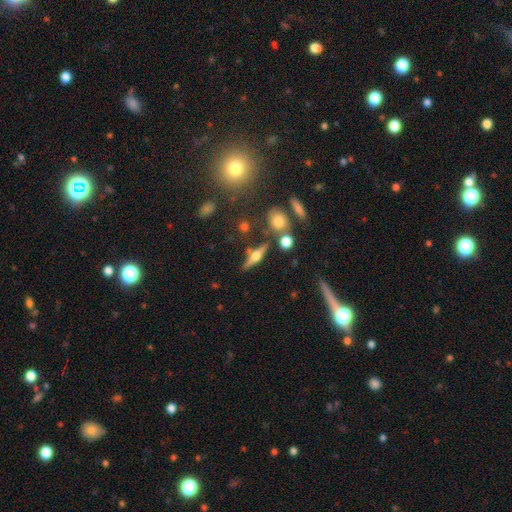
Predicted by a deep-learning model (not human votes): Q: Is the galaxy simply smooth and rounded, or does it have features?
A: featured or disk — 66%.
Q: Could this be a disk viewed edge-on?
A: yes — 95%.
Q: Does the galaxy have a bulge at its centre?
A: rounded — 93%.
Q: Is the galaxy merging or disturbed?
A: none — 75%.